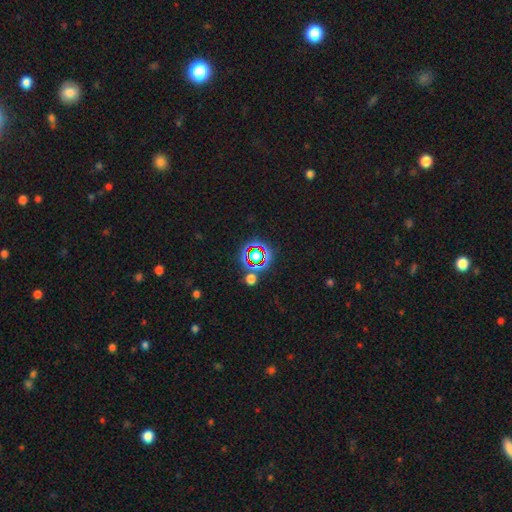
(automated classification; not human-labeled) A star or artifact, not a galaxy (65%).